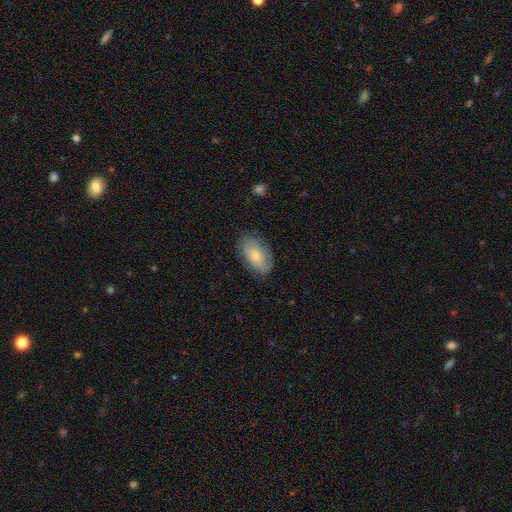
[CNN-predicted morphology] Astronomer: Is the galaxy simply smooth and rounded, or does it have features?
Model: smooth — 62%.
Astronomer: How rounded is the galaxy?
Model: in between — 92%.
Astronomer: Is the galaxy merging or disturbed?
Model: none — 77%.